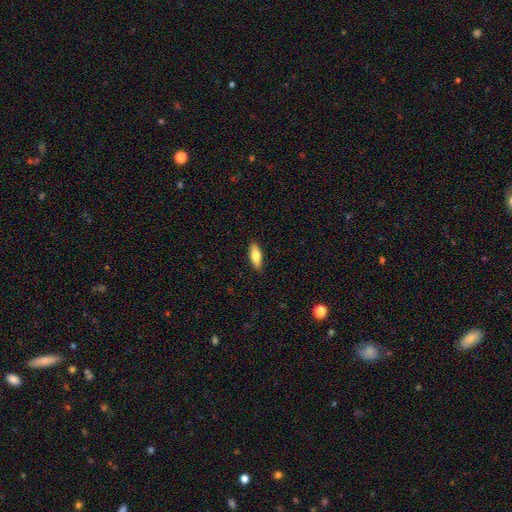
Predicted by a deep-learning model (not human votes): smooth_or_featured: smooth (p=0.71) [alt: featured or disk p=0.23]
how_rounded: in between (p=0.68) [alt: cigar-shaped p=0.29]
merging: none (p=0.88) [alt: minor disturbance p=0.09]